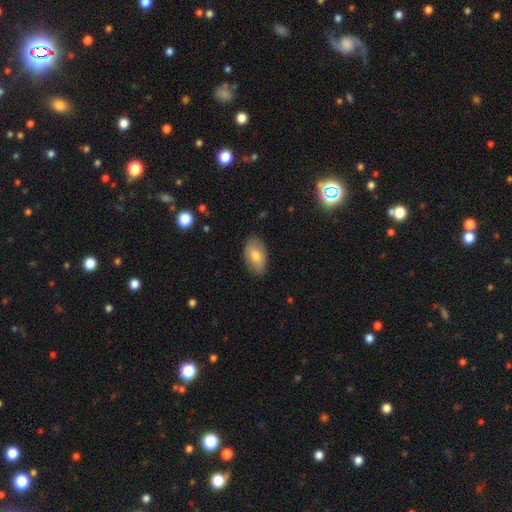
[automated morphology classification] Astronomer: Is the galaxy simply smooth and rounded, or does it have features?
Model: smooth — 69%.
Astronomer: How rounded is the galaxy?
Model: in between — 92%.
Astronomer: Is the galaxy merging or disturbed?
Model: none — 81%.